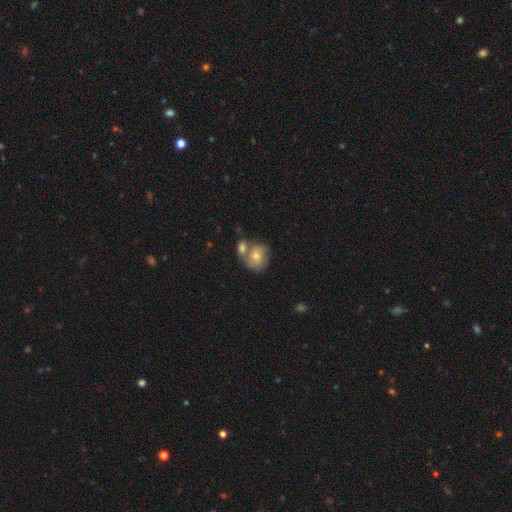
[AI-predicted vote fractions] The model was most divided on "merging": merger: 48%, none: 33%, minor disturbance: 13%, major disturbance: 5%. More confident: how rounded — round (67%); smooth or featured — smooth (64%).